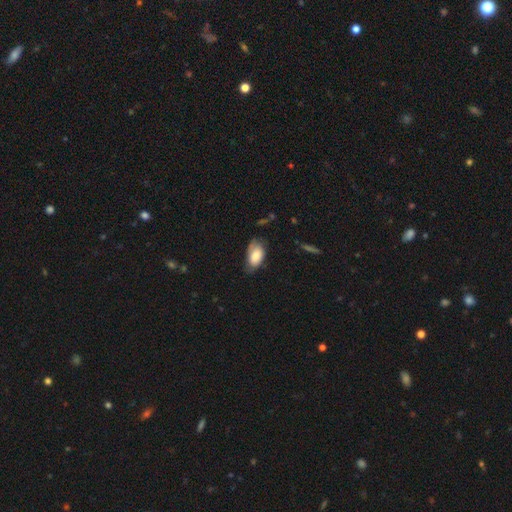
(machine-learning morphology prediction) Smooth or featured? Predicted: smooth (p=0.77). How rounded? Predicted: in between (p=0.93). Merging? Predicted: none (p=0.50).